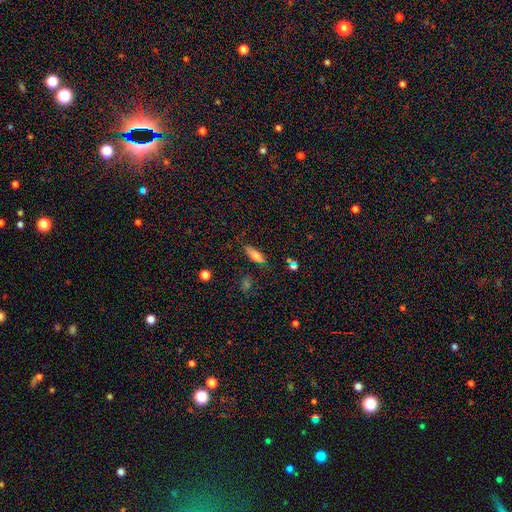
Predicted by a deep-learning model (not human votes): This appears to be a smooth galaxy with no disk features (76%) that is in between round and cigar-shaped (66%). Merging: none (71%).